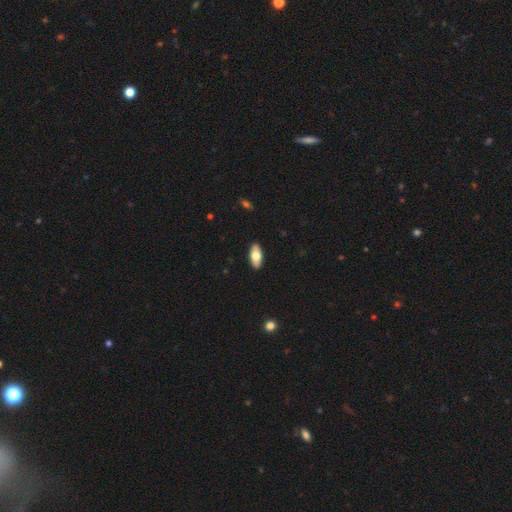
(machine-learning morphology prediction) A smooth galaxy with no disk features (72%) that is in between round and cigar-shaped (87%).

Vote fractions:
- Smooth or featured? smooth: 72% / featured or disk: 22% / star or artifact: 6%
- How rounded? in between: 87% / cigar-shaped: 11% / round: 2%
- Merging? none: 91% / minor disturbance: 7% / major disturbance: 1% / merger: 1%